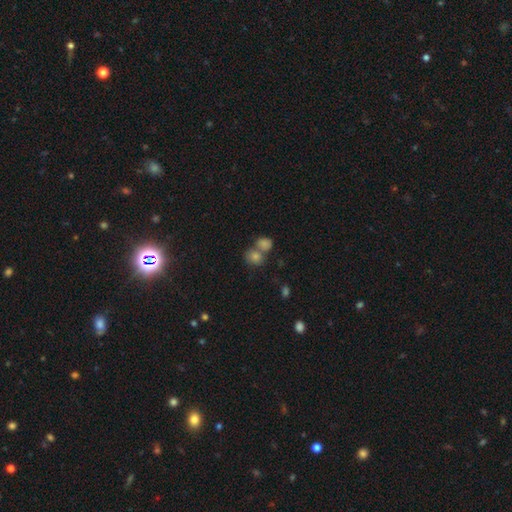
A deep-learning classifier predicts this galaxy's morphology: This appears to be a smooth galaxy with no disk features (51%) that is round (72%). Merging: none (47%).